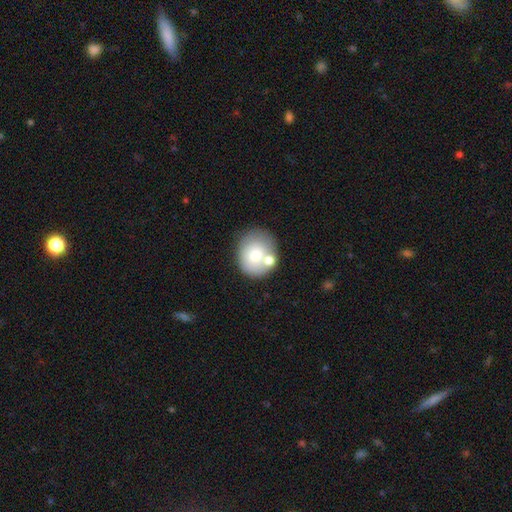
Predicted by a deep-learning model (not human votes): smooth 70%, featured or disk 22%, star or artifact 8%. Down the decision tree: how rounded — round (73%); merging — none (57%).